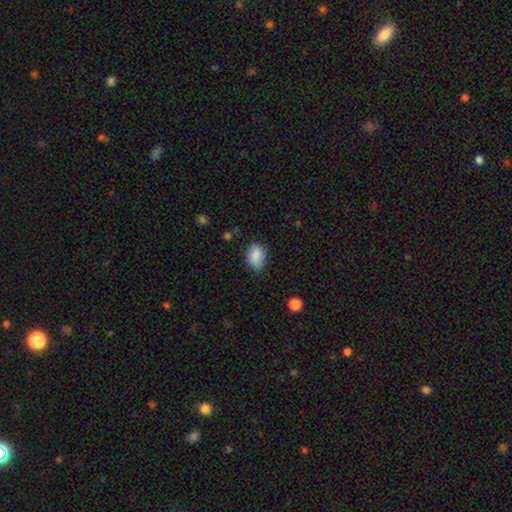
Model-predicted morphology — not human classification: Smooth or featured? smooth (86%)
How rounded? in between (77%)
Merging? none (72%)